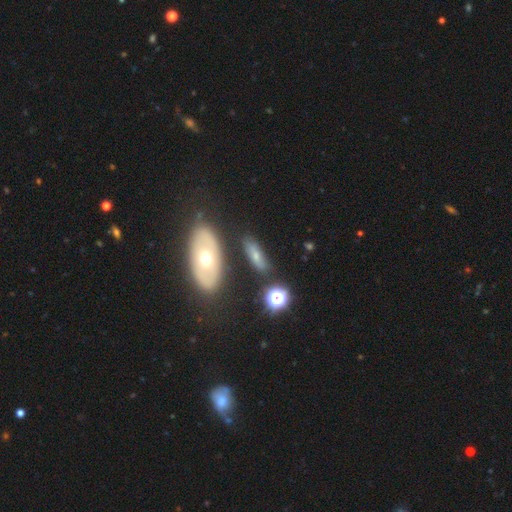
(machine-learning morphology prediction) Smooth or featured?
  - smooth: 55% *
  - featured or disk: 32%
  - star or artifact: 13%
How rounded?
  - in between: 62% *
  - cigar-shaped: 30%
  - round: 8%
Merging?
  - none: 74% *
  - minor disturbance: 14%
  - merger: 6%
  - major disturbance: 5%